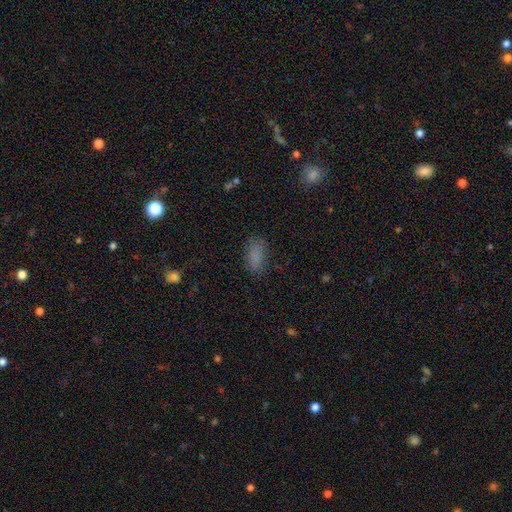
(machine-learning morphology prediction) Overall: smooth (82%). How rounded: in between (89%). Merging: none (78%).